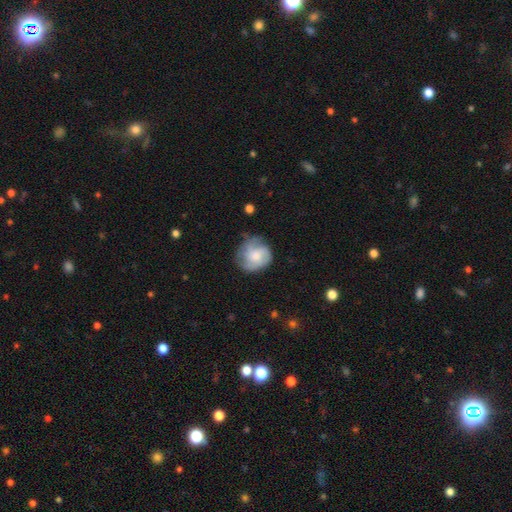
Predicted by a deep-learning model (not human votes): Smooth or featured? featured or disk (58%)
Edge-on disk? no (98%)
Bar? no (74%)
Spiral arms? yes (90%)
Spiral winding? medium (42%)
Spiral arm count? 3 (45%)
Bulge size? moderate (47%)
Merging? none (69%)